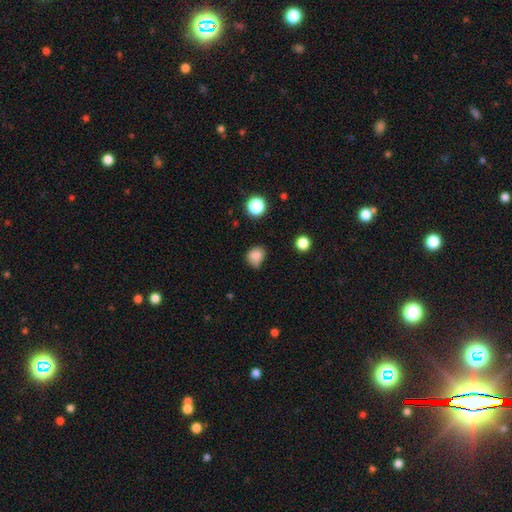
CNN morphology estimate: This is clearly a smooth galaxy (82%). How rounded: likely round (61%). Merging: possibly none (49%).